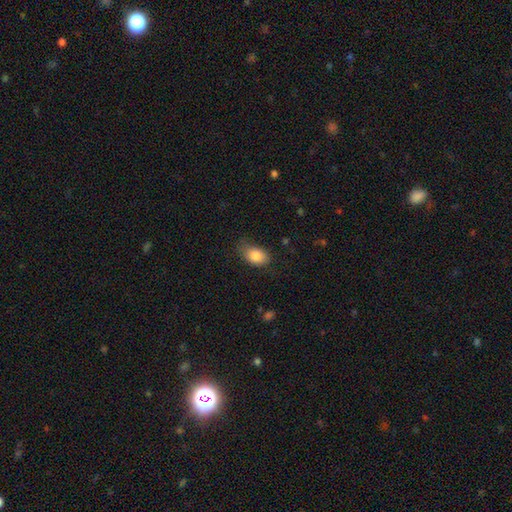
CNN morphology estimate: Overall: smooth (84%). How rounded: in between (83%). Merging: none (64%; minor disturbance 28%).